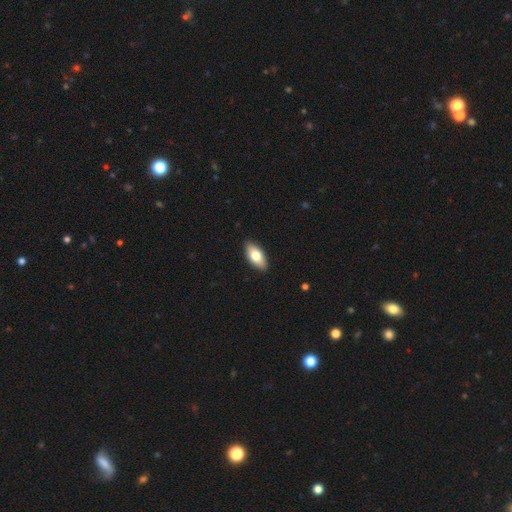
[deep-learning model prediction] This appears to be a smooth galaxy with no disk features (75%) that is in between round and cigar-shaped (88%). Merging: none (90%).